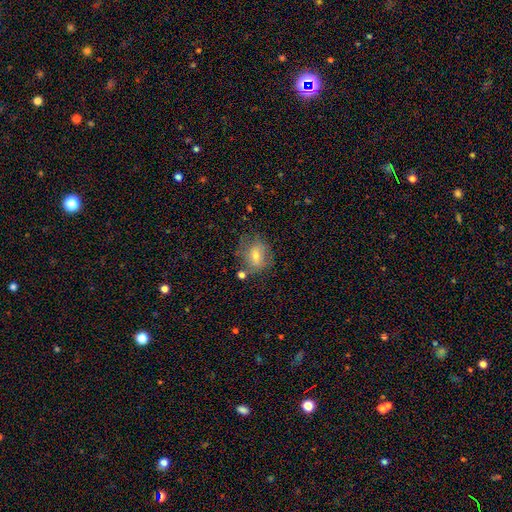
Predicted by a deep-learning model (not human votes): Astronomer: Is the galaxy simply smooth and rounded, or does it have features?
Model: smooth — 56%.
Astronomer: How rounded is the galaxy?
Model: round — 54% (runner-up: in between, 44%).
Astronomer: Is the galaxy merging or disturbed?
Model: none — 67%.